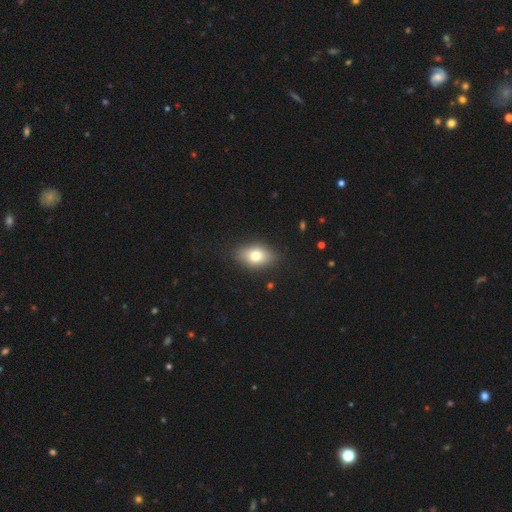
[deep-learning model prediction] Smooth or featured? Predicted: smooth (p=0.76). How rounded? Predicted: in between (p=0.85). Merging? Predicted: none (p=0.84).